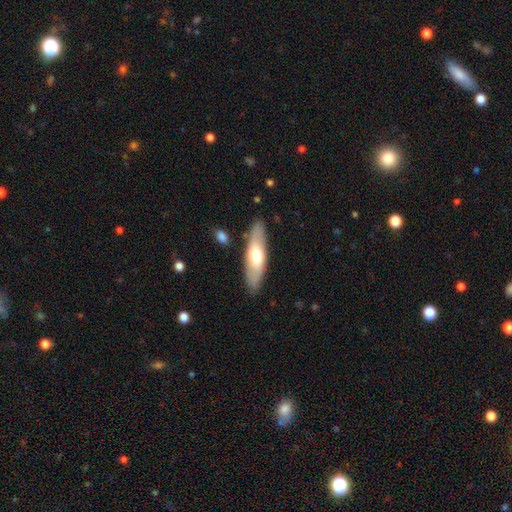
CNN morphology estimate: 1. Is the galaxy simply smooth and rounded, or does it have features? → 57% smooth, 38% featured or disk, 5% star or artifact.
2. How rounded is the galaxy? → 53% cigar-shaped, 45% in between, 2% round.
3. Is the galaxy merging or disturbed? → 86% none, 10% minor disturbance, 2% major disturbance, 2% merger.